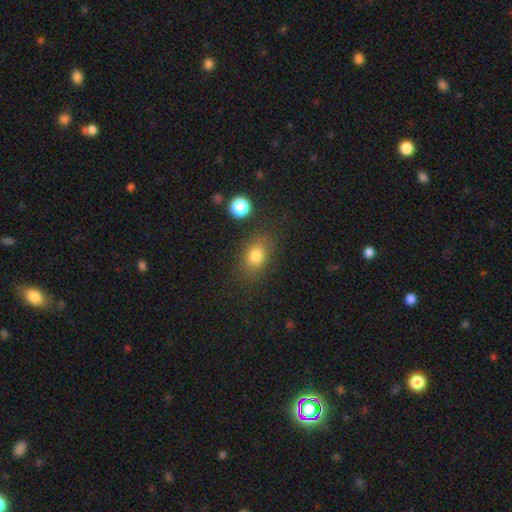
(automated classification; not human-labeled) A smooth galaxy with no disk features (80%) that is in between round and cigar-shaped (71%).

Vote fractions:
- Smooth or featured? smooth: 80% / star or artifact: 11% / featured or disk: 9%
- How rounded? in between: 71% / round: 27% / cigar-shaped: 2%
- Merging? none: 78% / minor disturbance: 14% / major disturbance: 5% / merger: 3%